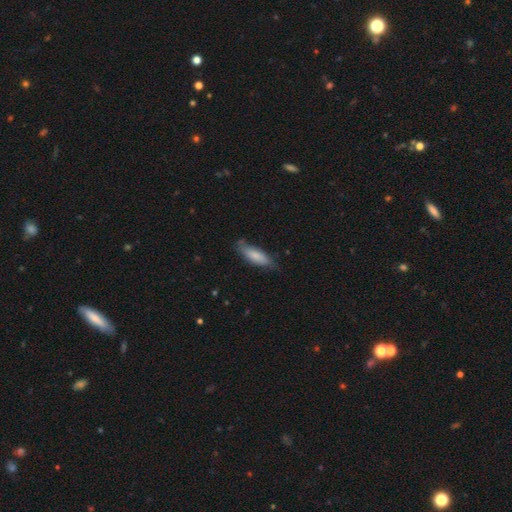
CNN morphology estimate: The model was most divided on "how rounded": in between: 51%, cigar-shaped: 47%, round: 2%. More confident: smooth or featured — smooth (78%); merging — none (70%).